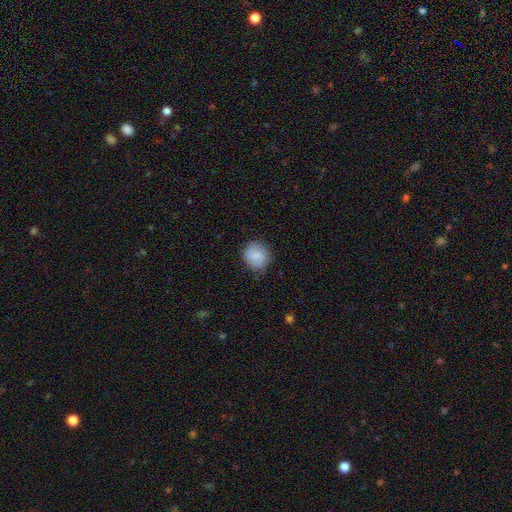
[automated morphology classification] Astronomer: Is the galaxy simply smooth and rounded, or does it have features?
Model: smooth — 83%.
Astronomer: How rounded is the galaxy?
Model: round — 82%.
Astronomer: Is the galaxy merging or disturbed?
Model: none — 80%.